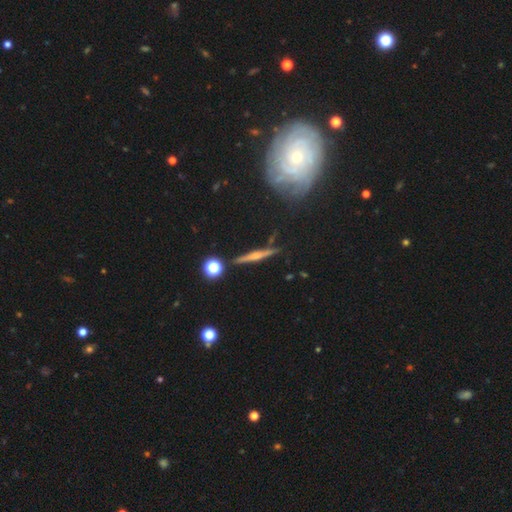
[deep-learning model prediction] featured or disk 62%, smooth 26%, star or artifact 12%. Down the decision tree: edge-on disk — yes (96%); edge-on bulge — rounded (64%); merging — none (86%).